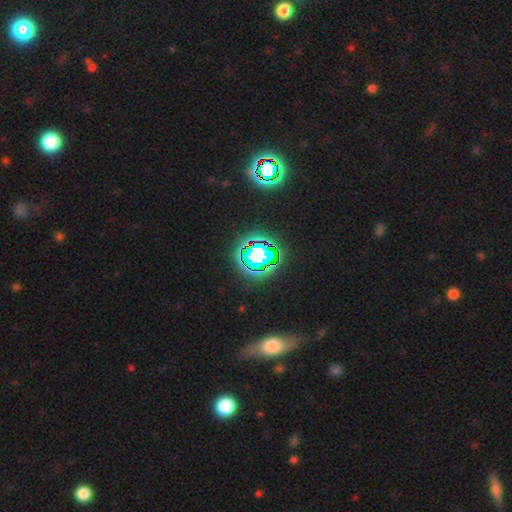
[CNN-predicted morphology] Smooth or featured: star or artifact — 67% (smooth — 18%)